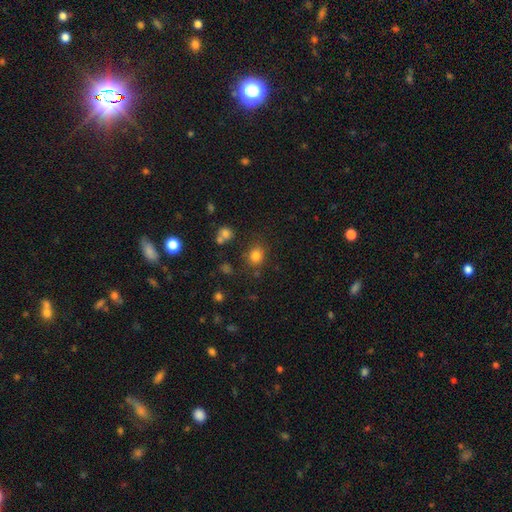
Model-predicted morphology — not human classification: This appears to be a smooth galaxy with no disk features (79%) that is round (69%). Merging: none (77%).